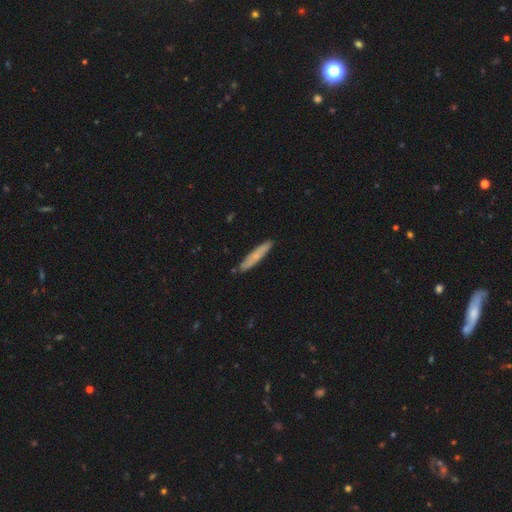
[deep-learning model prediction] smooth 70%, featured or disk 24%, star or artifact 6%. Down the decision tree: how rounded — cigar-shaped (92%); merging — none (87%).